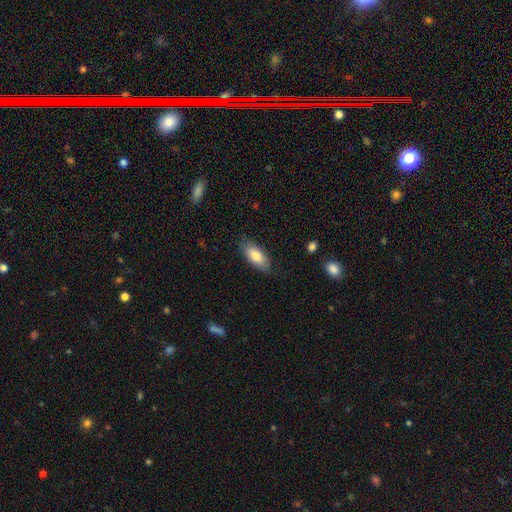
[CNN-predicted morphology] Smooth or featured? Predicted: smooth (p=0.80). How rounded? Predicted: in between (p=0.84). Merging? Predicted: none (p=0.80).